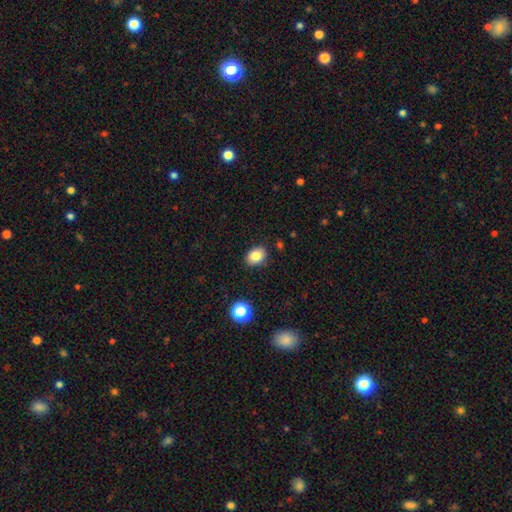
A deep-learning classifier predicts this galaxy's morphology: smooth 82%, star or artifact 10%, featured or disk 8%. Down the decision tree: how rounded — in between (70%); merging — none (86%).